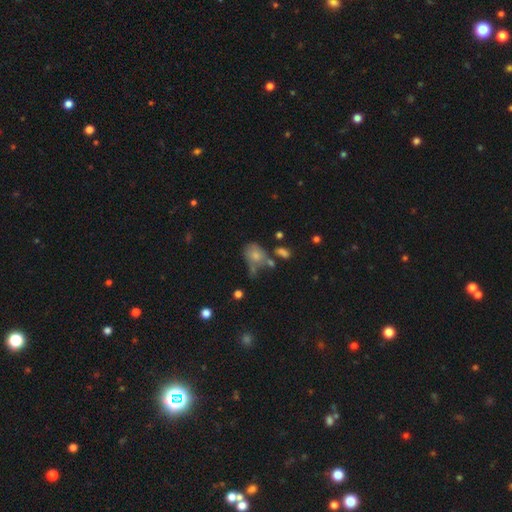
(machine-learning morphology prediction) This appears to be a smooth galaxy with no disk features (71%) that is in between round and cigar-shaped (61%). Merging: none (35%).